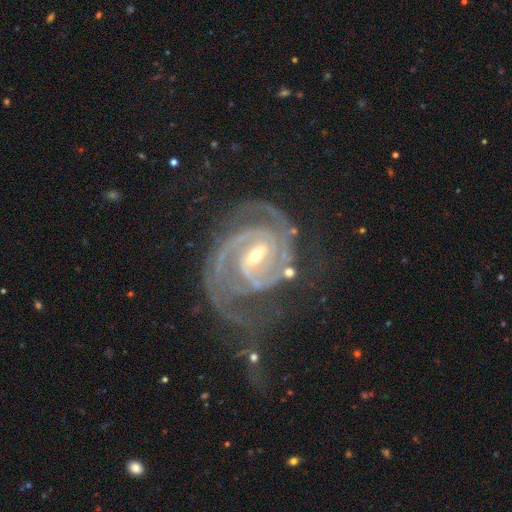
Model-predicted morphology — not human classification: type=featured or disk (92%); edge-on=no (98%); bar=weak (46%); spiral arms=yes (98%); winding=tight (63%); arm count=2 (59%); bulge=small (55%); merging=none (49%).